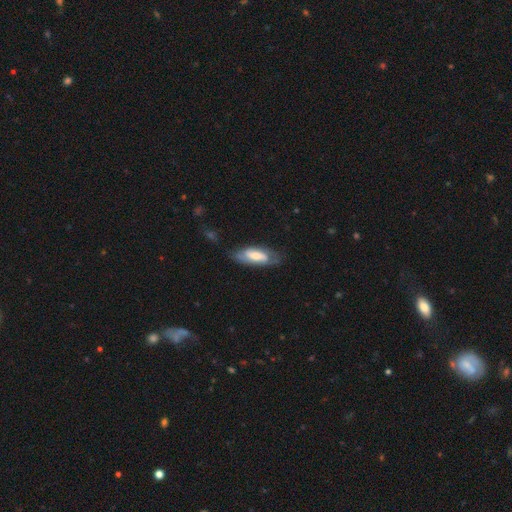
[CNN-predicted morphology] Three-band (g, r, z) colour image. It shows a featured or disk galaxy (49%). Merging: none (65%).